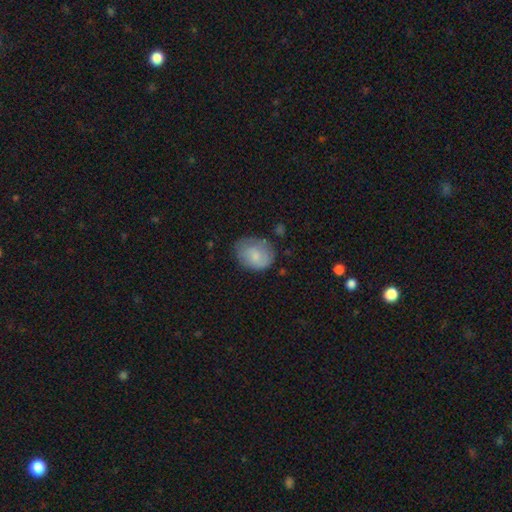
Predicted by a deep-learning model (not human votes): This is likely a smooth galaxy (74%). How rounded: possibly in between (53%). Merging: possibly none (60%).